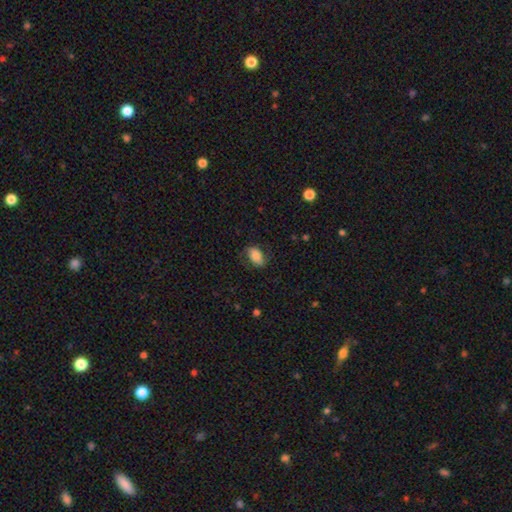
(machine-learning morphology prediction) A smooth galaxy with no disk features (75%) that is in between round and cigar-shaped (89%).

Vote fractions:
- Smooth or featured? smooth: 75% / featured or disk: 18% / star or artifact: 7%
- How rounded? in between: 89% / round: 9% / cigar-shaped: 2%
- Merging? none: 72% / minor disturbance: 19% / major disturbance: 7% / merger: 1%